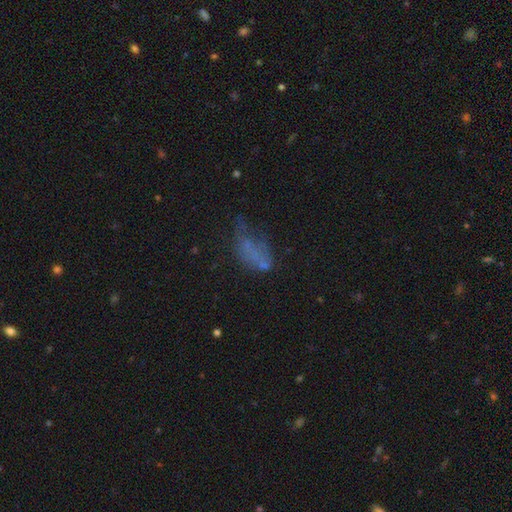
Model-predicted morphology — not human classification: Smooth or featured?
  - smooth: 46% *
  - featured or disk: 34%
  - star or artifact: 20%
Merging?
  - major disturbance: 33% *
  - none: 31%
  - minor disturbance: 23%
  - merger: 12%